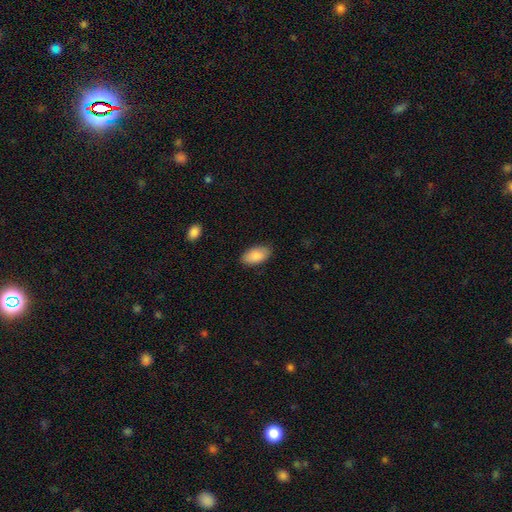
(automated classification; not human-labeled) A smooth galaxy with no disk features (86%) that is in between round and cigar-shaped (95%). Merging: none (86%).